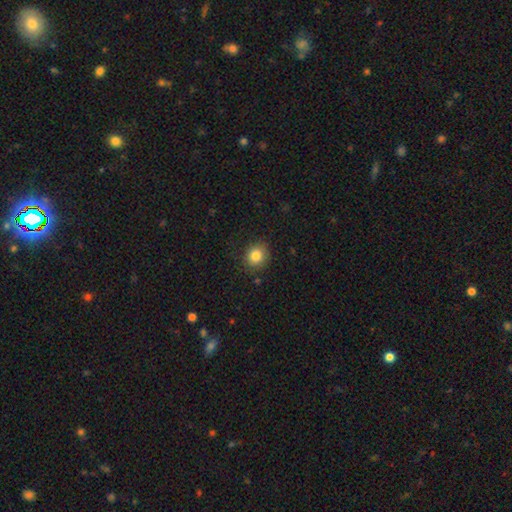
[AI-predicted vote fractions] Smooth or featured?
  - smooth: 83% *
  - star or artifact: 10%
  - featured or disk: 6%
How rounded?
  - round: 83% *
  - in between: 16%
  - cigar-shaped: 1%
Merging?
  - none: 85% *
  - minor disturbance: 11%
  - major disturbance: 3%
  - merger: 1%